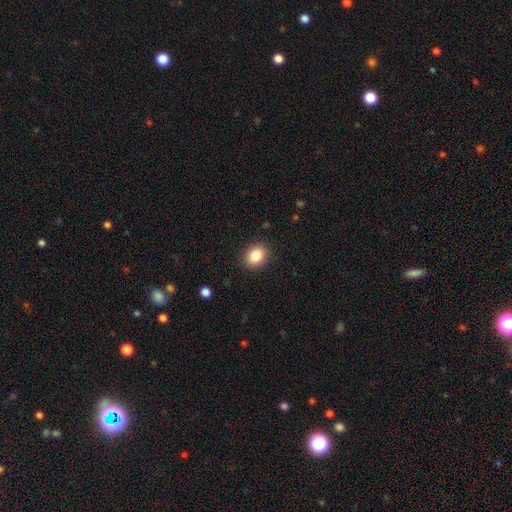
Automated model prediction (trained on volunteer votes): The model was most divided on "how rounded": in between: 51%, round: 48%, cigar-shaped: 1%. More confident: merging — none (89%); smooth or featured — smooth (85%).